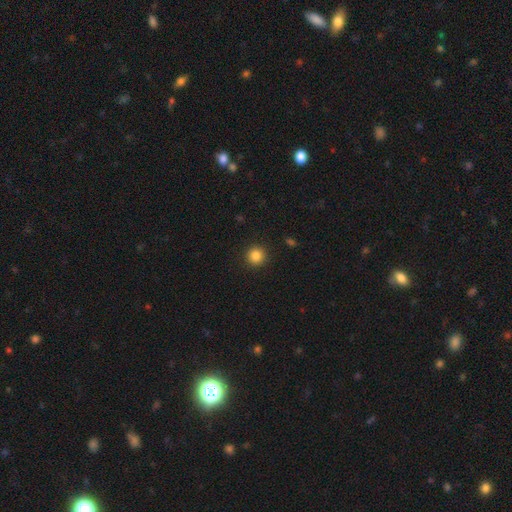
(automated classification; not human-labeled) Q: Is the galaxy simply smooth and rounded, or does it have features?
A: smooth — 85%.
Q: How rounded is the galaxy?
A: round — 95%.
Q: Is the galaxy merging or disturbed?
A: none — 92%.